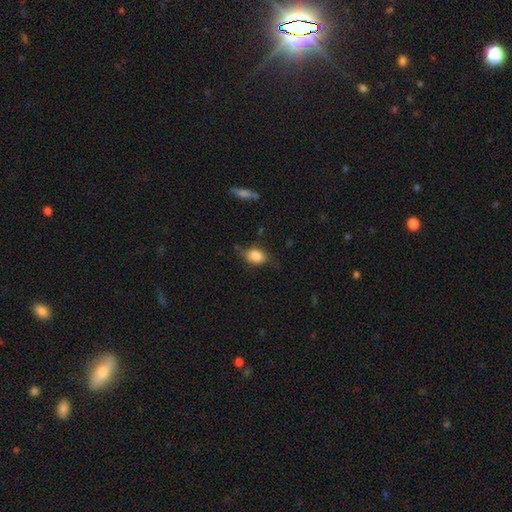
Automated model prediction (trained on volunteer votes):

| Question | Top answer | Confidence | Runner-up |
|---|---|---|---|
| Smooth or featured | smooth | 80% | featured or disk (11%) |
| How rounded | in between | 72% | round (26%) |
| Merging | none | 58% | minor disturbance (30%) |